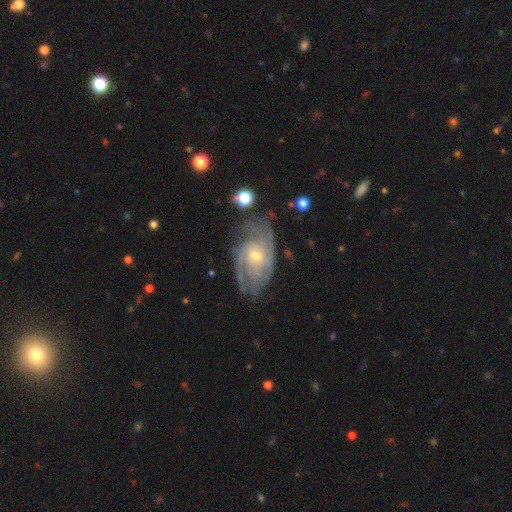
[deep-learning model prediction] Smooth or featured? featured or disk (86%)
Edge-on disk? no (96%)
Bar? no (61%)
Spiral arms? yes (95%)
Spiral winding? tight (61%)
Spiral arm count? can't tell (32%)
Bulge size? small (59%)
Merging? none (68%)